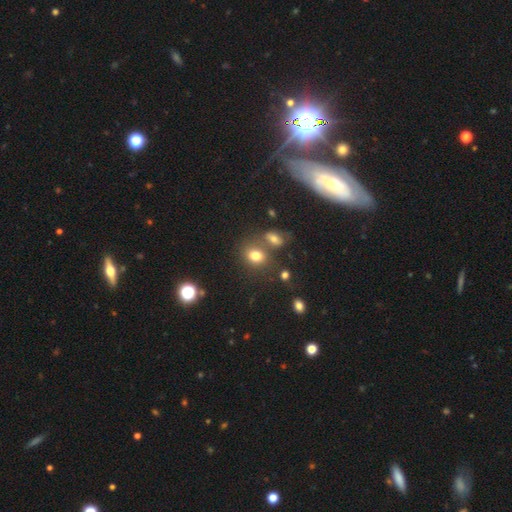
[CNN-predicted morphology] Smooth or featured? smooth (75%)
How rounded? in between (50%)
Merging? none (58%)